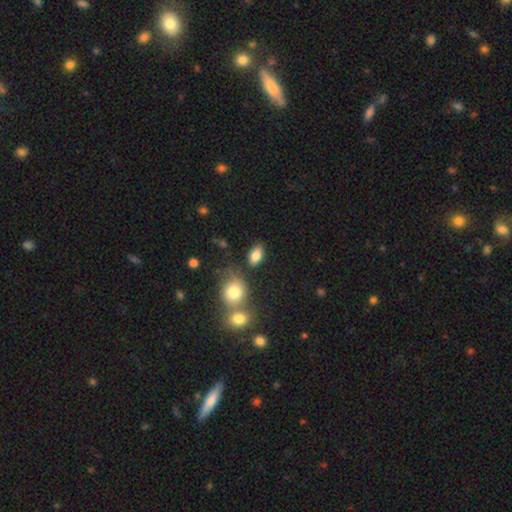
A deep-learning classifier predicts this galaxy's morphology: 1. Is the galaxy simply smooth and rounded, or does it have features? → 82% smooth, 9% featured or disk, 9% star or artifact.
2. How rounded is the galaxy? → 87% in between, 10% round, 3% cigar-shaped.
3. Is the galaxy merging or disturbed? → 76% none, 13% minor disturbance, 8% merger, 4% major disturbance.